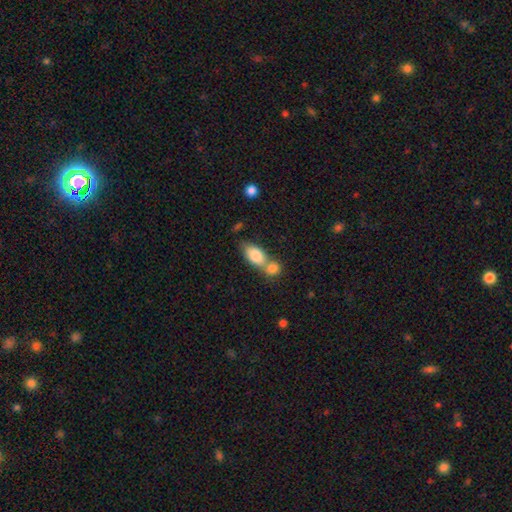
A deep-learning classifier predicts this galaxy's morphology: Smooth or featured?
  - smooth: 81% *
  - featured or disk: 12%
  - star or artifact: 7%
How rounded?
  - in between: 86% *
  - round: 9%
  - cigar-shaped: 6%
Merging?
  - merger: 58% *
  - none: 30%
  - minor disturbance: 9%
  - major disturbance: 3%